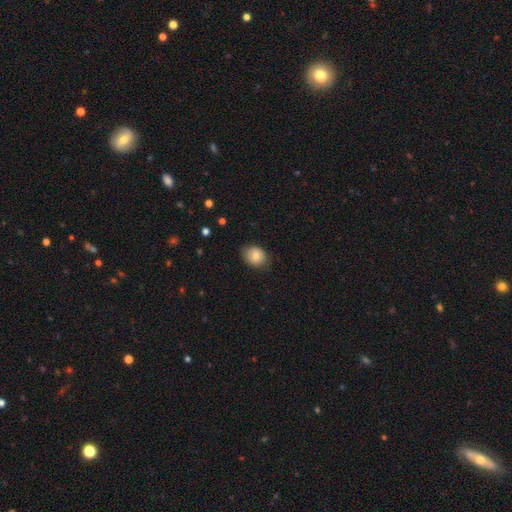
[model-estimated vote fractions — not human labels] Smooth or featured: smooth — 78% (featured or disk — 13%)
How rounded: round — 51% (in between — 48%)
Merging: none — 77% (minor disturbance — 18%)